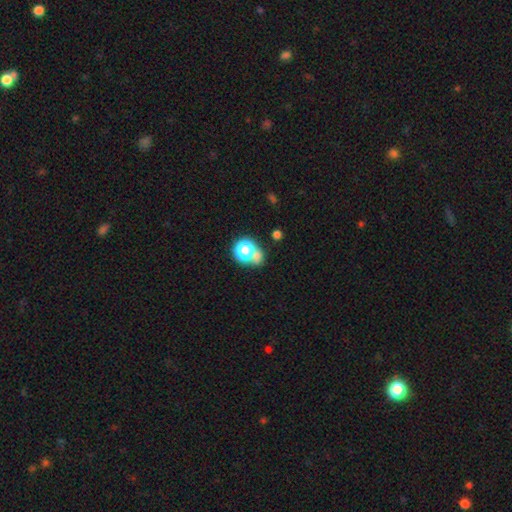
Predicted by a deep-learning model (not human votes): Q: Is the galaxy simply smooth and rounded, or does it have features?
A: smooth — 57%.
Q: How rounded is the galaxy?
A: round — 75%.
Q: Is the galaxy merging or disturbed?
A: none — 52%.